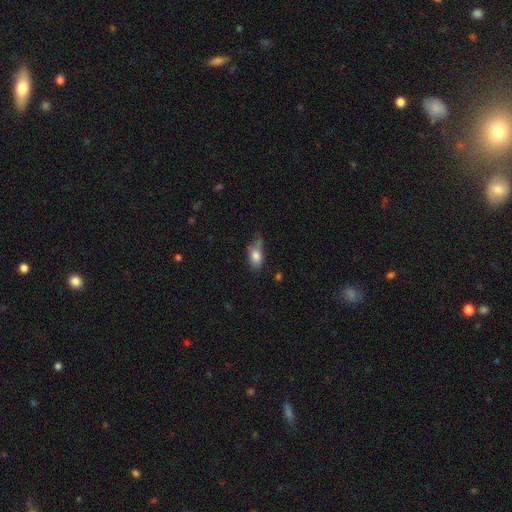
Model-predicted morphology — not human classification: Overall: smooth (77%). How rounded: in between (84%). Merging: none (46%; minor disturbance 37%).